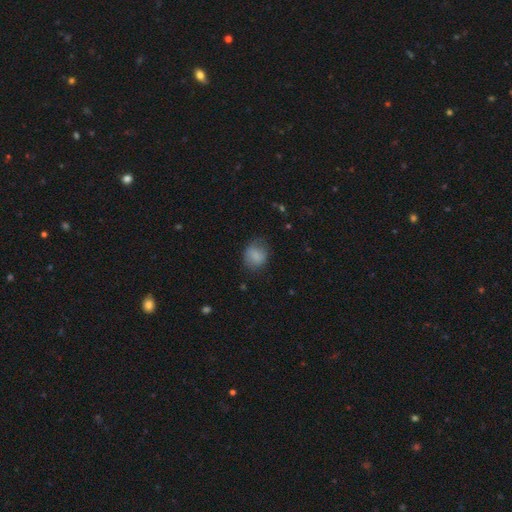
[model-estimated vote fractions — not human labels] This is clearly a smooth galaxy (83%). How rounded: likely round (63%). Merging: likely none (70%).